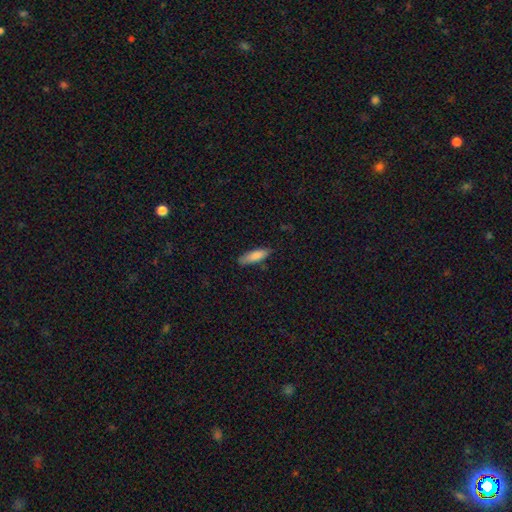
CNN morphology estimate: Smooth or featured? Predicted: smooth (p=0.84). How rounded? Predicted: cigar-shaped (p=0.51). Merging? Predicted: none (p=0.80).